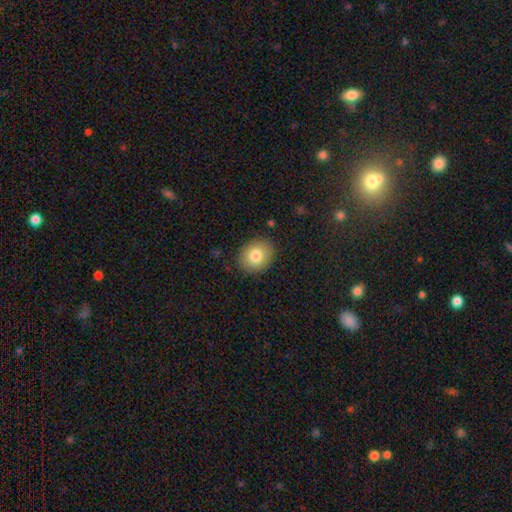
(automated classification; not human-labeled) smooth 80%, featured or disk 11%, star or artifact 9%. Down the decision tree: how rounded — round (56%); merging — none (88%).